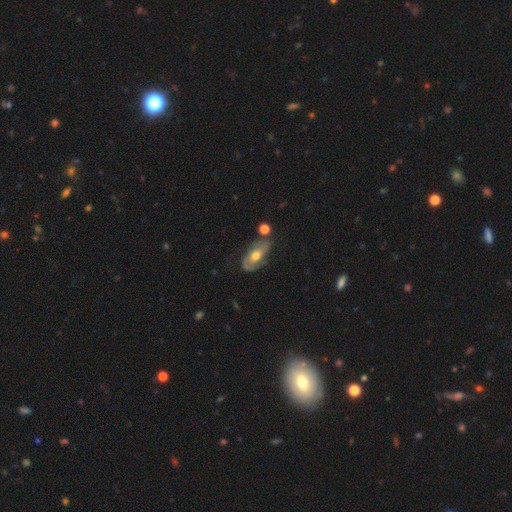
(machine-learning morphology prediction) Overall: featured or disk (70%). Edge-on disk: no (91%). Bar: no (67%). Spiral arms: yes (84%). Spiral arm count: 2 (70%). Spiral winding: medium (43%; tight 32%). Bulge size: moderate (72%). Merging: none (57%; minor disturbance 24%).